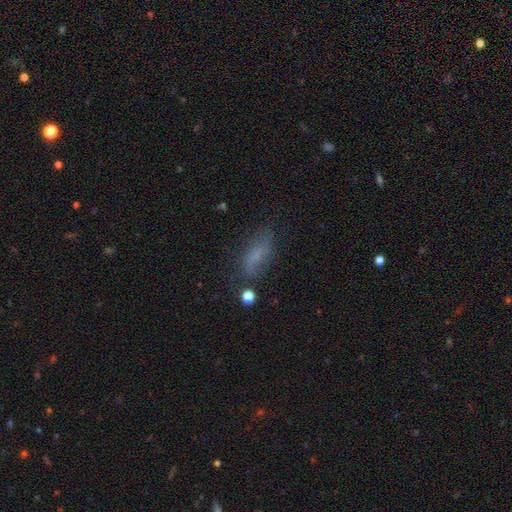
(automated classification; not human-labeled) Smooth or featured: smooth — 61% (featured or disk — 24%)
How rounded: in between — 68% (cigar-shaped — 27%)
Merging: none — 65% (minor disturbance — 21%)